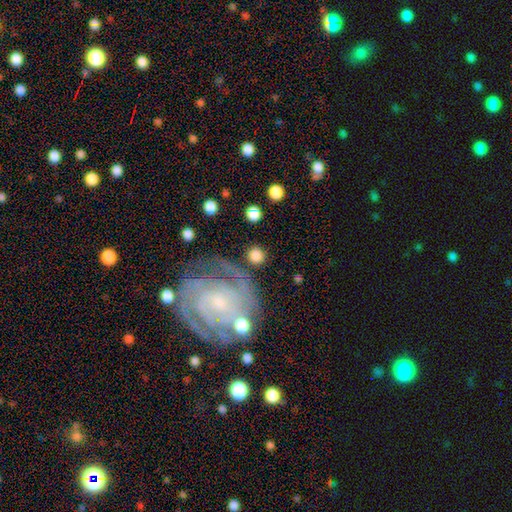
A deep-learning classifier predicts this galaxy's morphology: Smooth or featured: smooth — 78% (featured or disk — 15%)
How rounded: round — 88% (in between — 11%)
Merging: none — 82% (minor disturbance — 8%)